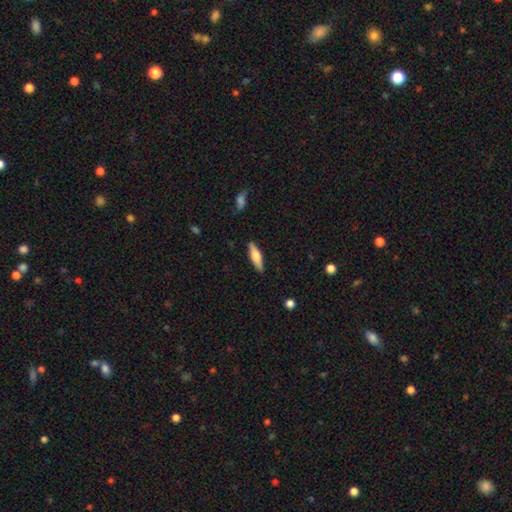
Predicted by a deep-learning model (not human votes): Smooth or featured: smooth — 57% (featured or disk — 37%)
How rounded: cigar-shaped — 58% (in between — 39%)
Merging: none — 87% (minor disturbance — 10%)